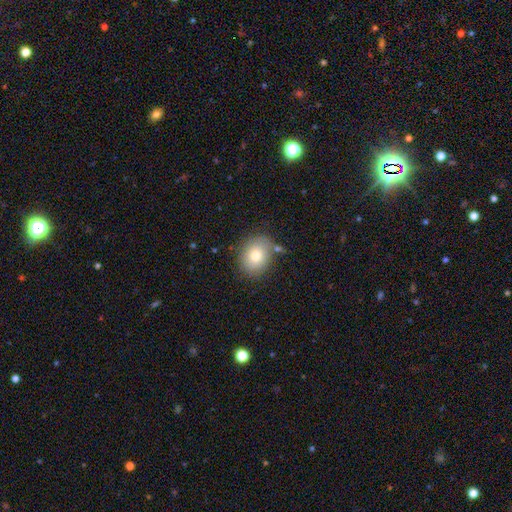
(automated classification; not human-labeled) Smooth or featured? smooth (78%)
How rounded? round (53%)
Merging? none (78%)